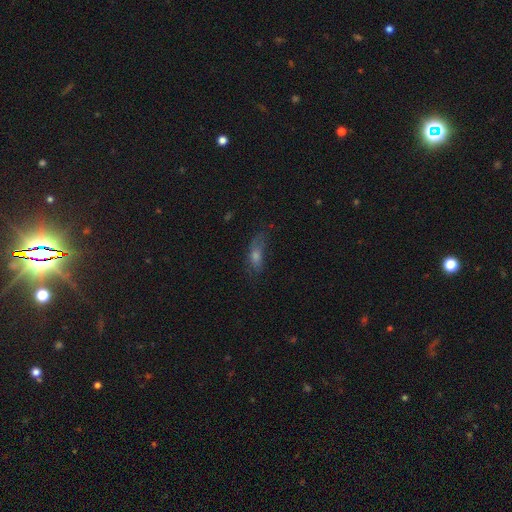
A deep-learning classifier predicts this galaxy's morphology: Smooth or featured?
  - smooth: 56% *
  - featured or disk: 28%
  - star or artifact: 17%
How rounded?
  - in between: 62% *
  - cigar-shaped: 31%
  - round: 6%
Merging?
  - none: 52% *
  - minor disturbance: 29%
  - major disturbance: 16%
  - merger: 2%